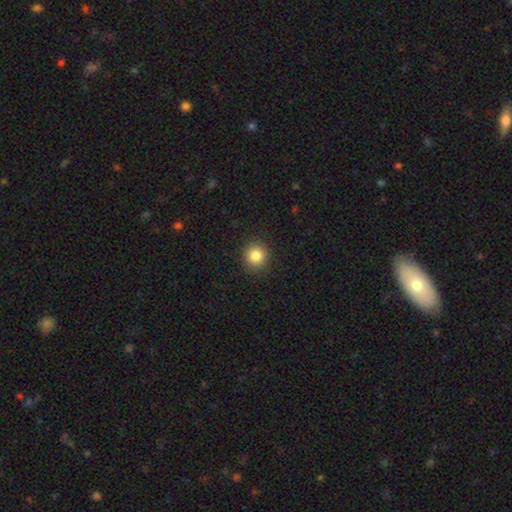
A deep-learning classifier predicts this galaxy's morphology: smooth 85%, star or artifact 10%, featured or disk 5%. Down the decision tree: how rounded — round (90%); merging — none (91%).